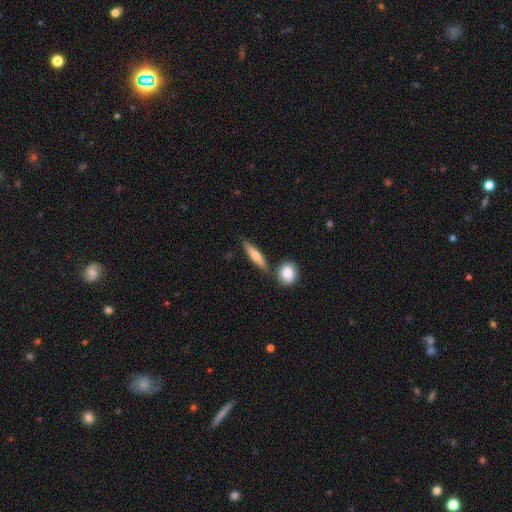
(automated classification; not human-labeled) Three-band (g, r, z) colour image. It shows a smooth galaxy with no disk features (66%) that is cigar-shaped (73%). Merging: none (74%).